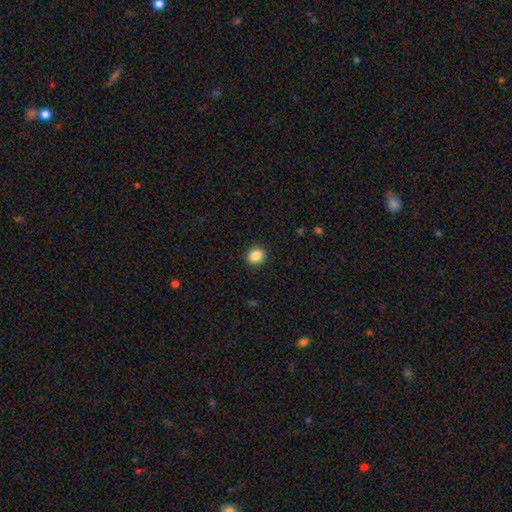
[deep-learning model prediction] smooth 86%, star or artifact 9%, featured or disk 5%. Down the decision tree: how rounded — round (62%); merging — none (91%).